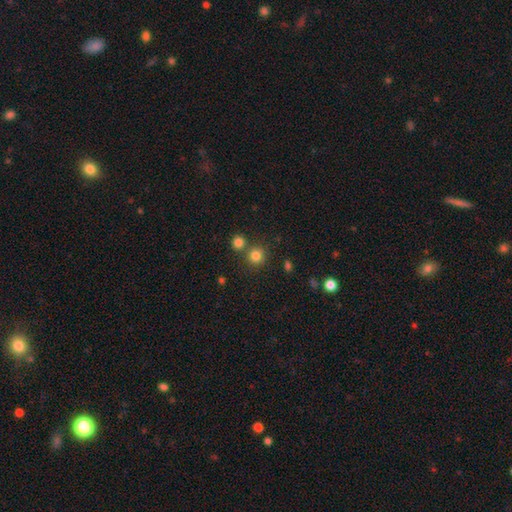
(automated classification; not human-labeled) This appears to be a smooth galaxy with no disk features (80%) that is round (91%). Merging: none (73%).